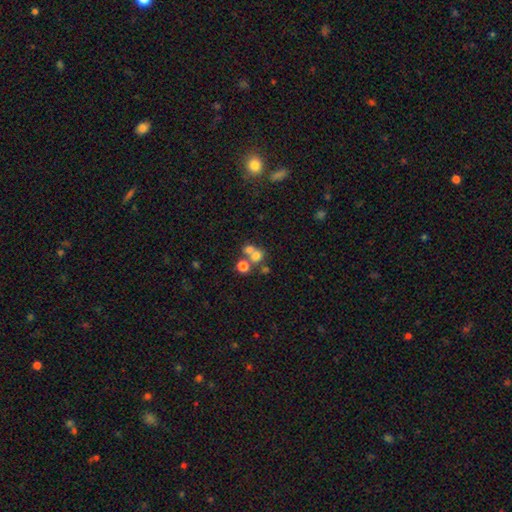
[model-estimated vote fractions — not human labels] Smooth or featured? Predicted: smooth (p=0.65). How rounded? Predicted: round (p=0.76). Merging? Predicted: merger (p=0.49).